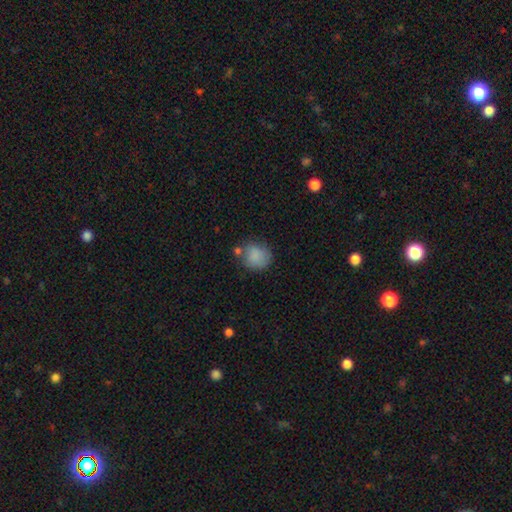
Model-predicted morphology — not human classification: Q: Smooth or featured?
A: smooth (84%); runner-up: star or artifact (9%)
Q: How rounded?
A: round (77%); runner-up: in between (23%)
Q: Merging?
A: none (64%); runner-up: minor disturbance (20%)